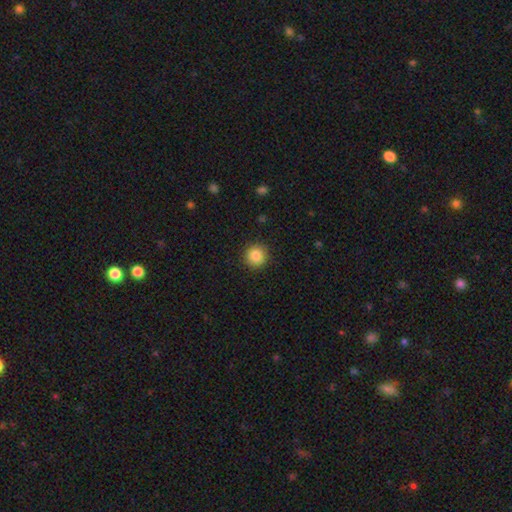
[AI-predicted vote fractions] Smooth or featured? smooth (87%)
How rounded? round (94%)
Merging? none (91%)